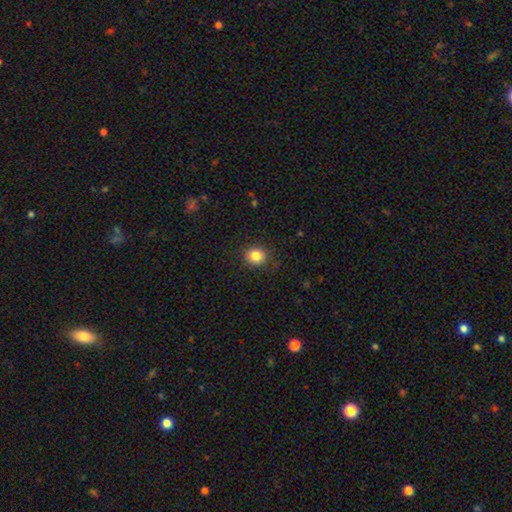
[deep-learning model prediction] A smooth galaxy with no disk features (85%) that is round (79%).

Vote fractions:
- Smooth or featured? smooth: 85% / star or artifact: 10% / featured or disk: 5%
- How rounded? round: 79% / in between: 20% / cigar-shaped: 1%
- Merging? none: 87% / minor disturbance: 9% / major disturbance: 3% / merger: 1%